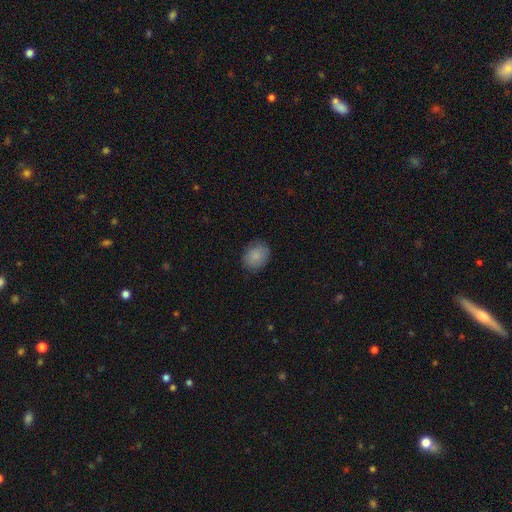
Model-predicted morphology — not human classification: Q: Smooth or featured?
A: smooth (85%); runner-up: star or artifact (8%)
Q: How rounded?
A: round (51%); runner-up: in between (49%)
Q: Merging?
A: none (83%); runner-up: minor disturbance (13%)